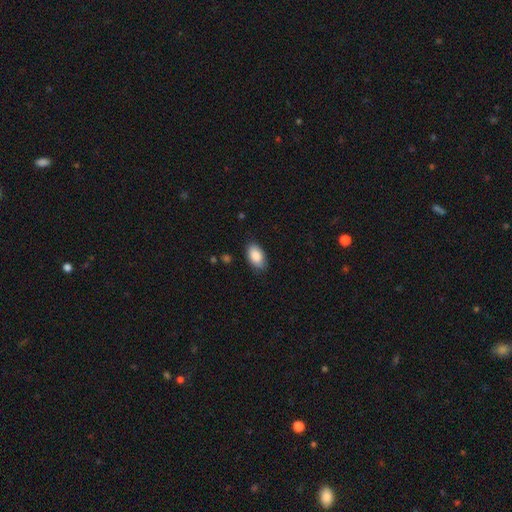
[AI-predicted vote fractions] Q: Smooth or featured?
A: smooth (86%); runner-up: featured or disk (7%)
Q: How rounded?
A: in between (93%); runner-up: round (5%)
Q: Merging?
A: none (80%); runner-up: minor disturbance (16%)